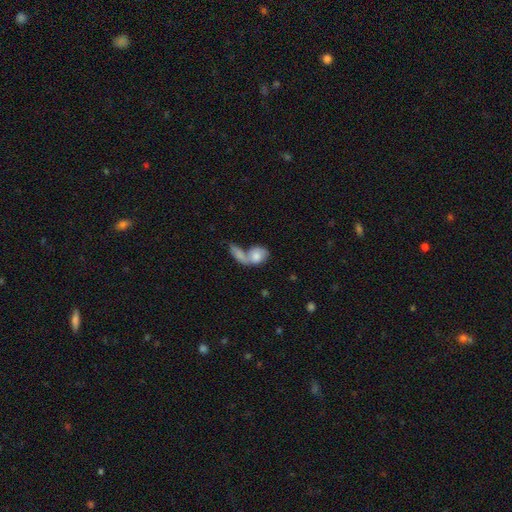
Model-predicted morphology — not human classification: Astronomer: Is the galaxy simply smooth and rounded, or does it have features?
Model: smooth — 69%.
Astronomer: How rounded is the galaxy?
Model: in between — 69%.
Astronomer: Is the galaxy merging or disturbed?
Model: merger — 68%.